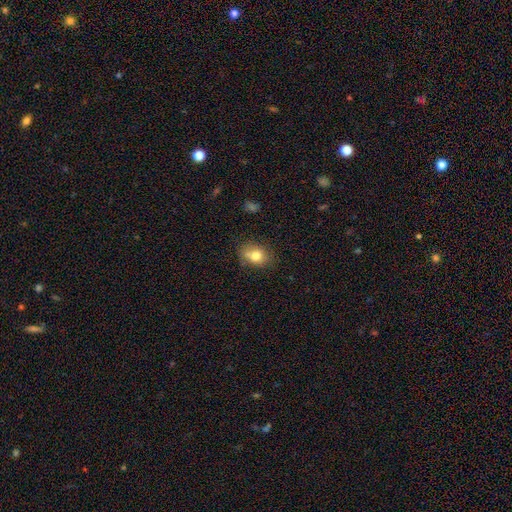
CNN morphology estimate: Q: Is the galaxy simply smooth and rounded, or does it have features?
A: smooth — 77%.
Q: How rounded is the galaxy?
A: in between — 57%.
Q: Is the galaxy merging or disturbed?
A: none — 64%.